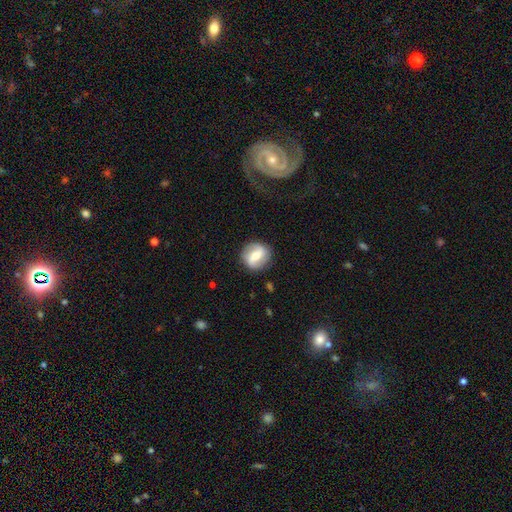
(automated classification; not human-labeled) This appears to be a featured or disk galaxy (55%) with a strong bar (45%), spiral arms (69%) and a moderate central bulge (63%). Merging: none (85%).